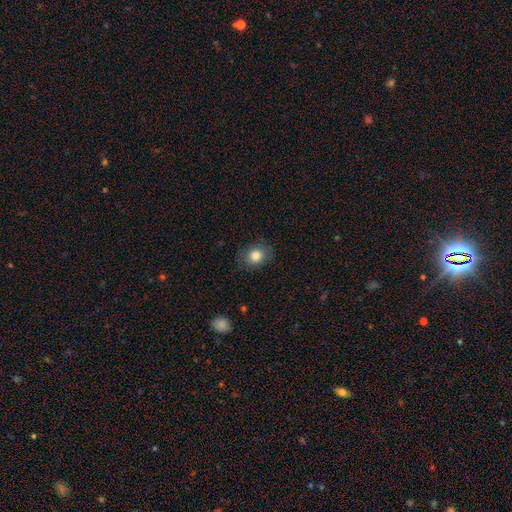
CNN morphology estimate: Overall: smooth (83%). How rounded: round (60%; in between 39%). Merging: none (83%).